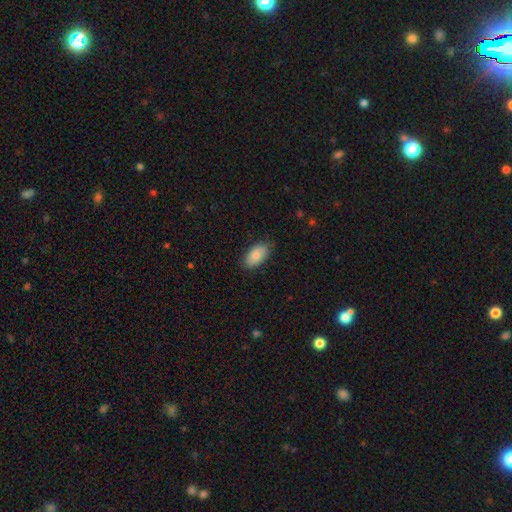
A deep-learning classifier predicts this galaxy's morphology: Smooth or featured? Predicted: smooth (p=0.78). How rounded? Predicted: in between (p=0.94). Merging? Predicted: none (p=0.84).